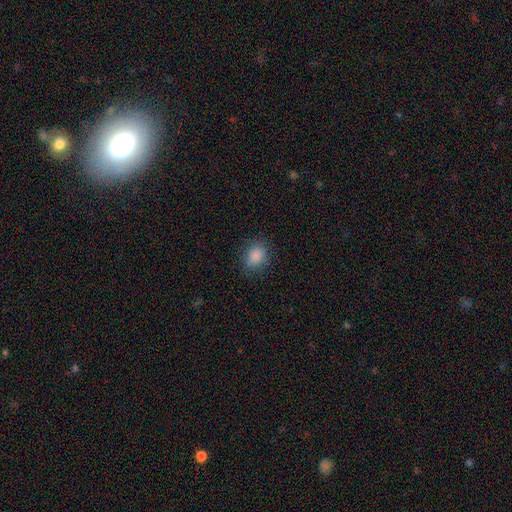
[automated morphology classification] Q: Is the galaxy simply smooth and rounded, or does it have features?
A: smooth — 86%.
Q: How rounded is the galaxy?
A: in between — 53%.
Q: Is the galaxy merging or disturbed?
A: none — 84%.